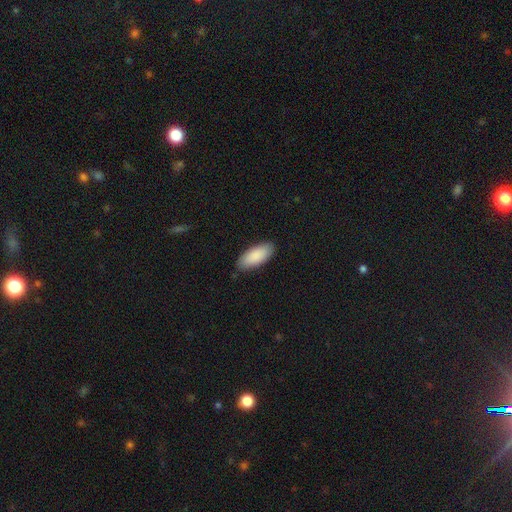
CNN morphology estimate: Smooth or featured? Predicted: smooth (p=0.89). How rounded? Predicted: in between (p=0.84). Merging? Predicted: none (p=0.87).